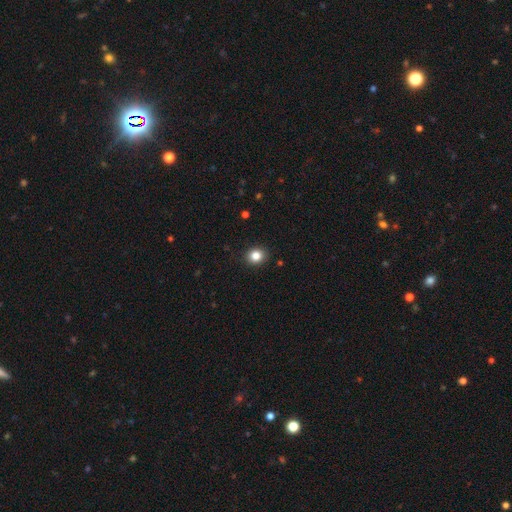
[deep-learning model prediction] smooth_or_featured: smooth (p=0.84) [alt: star or artifact p=0.11]
how_rounded: round (p=0.76) [alt: in between p=0.23]
merging: none (p=0.91) [alt: minor disturbance p=0.06]